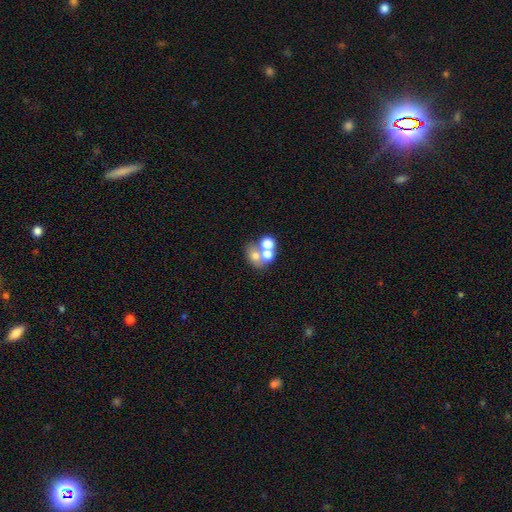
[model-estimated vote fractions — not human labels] smooth-or-featured: smooth: 58% | featured or disk: 28% | star or artifact: 14%
  how-rounded: round: 59% | in between: 40% | cigar-shaped: 1%
  merging: merger: 61% | none: 27% | minor disturbance: 6% | major disturbance: 5%